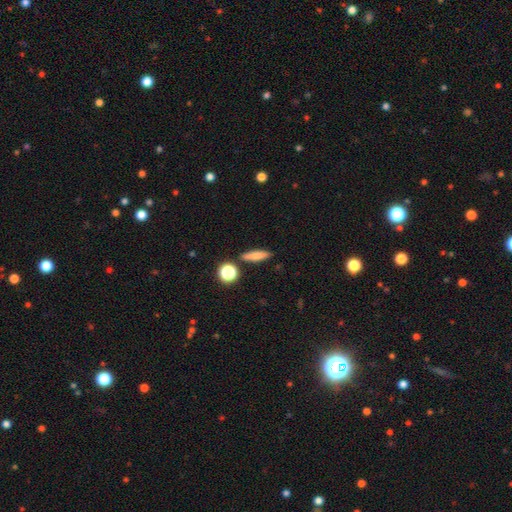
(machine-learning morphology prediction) The model was most divided on "how rounded": cigar-shaped: 65%, in between: 27%, round: 8%. More confident: merging — none (84%); smooth or featured — smooth (75%).